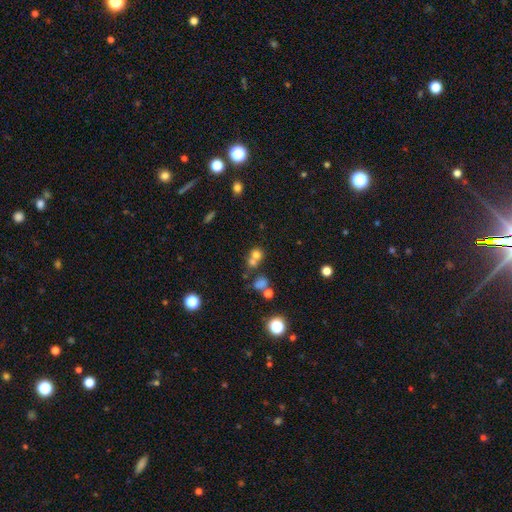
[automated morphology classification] Q: Smooth or featured?
A: smooth (68%); runner-up: star or artifact (19%)
Q: How rounded?
A: round (78%); runner-up: in between (21%)
Q: Merging?
A: merger (51%); runner-up: none (38%)